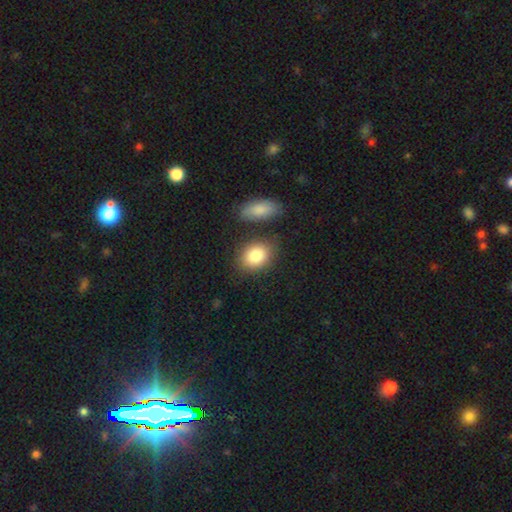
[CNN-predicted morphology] A smooth galaxy with no disk features (85%) that is in between round and cigar-shaped (67%). Merging: none (72%).